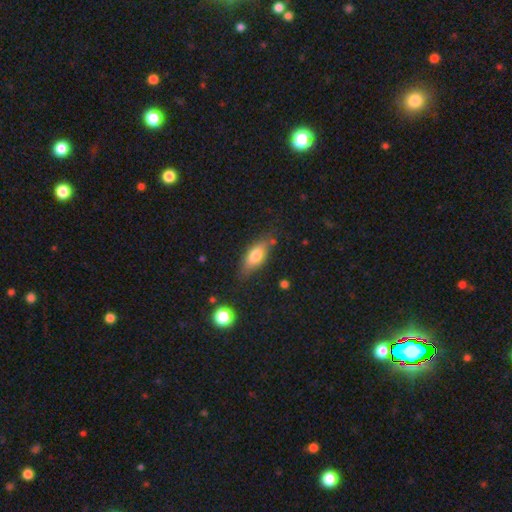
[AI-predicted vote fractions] Smooth or featured? Predicted: smooth (p=0.70). How rounded? Predicted: in between (p=0.75). Merging? Predicted: none (p=0.74).